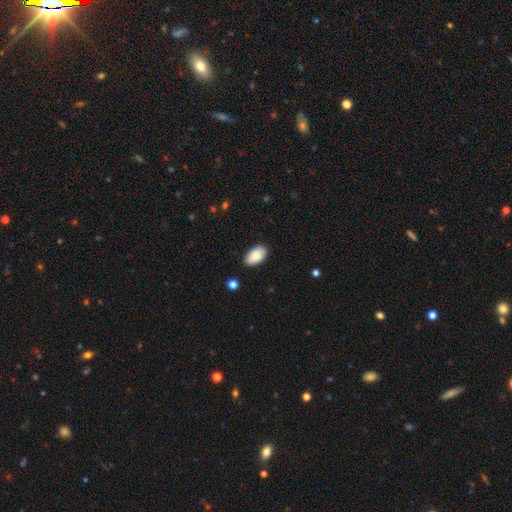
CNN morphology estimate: smooth 85%, featured or disk 8%, star or artifact 7%. Down the decision tree: how rounded — in between (94%); merging — none (86%).